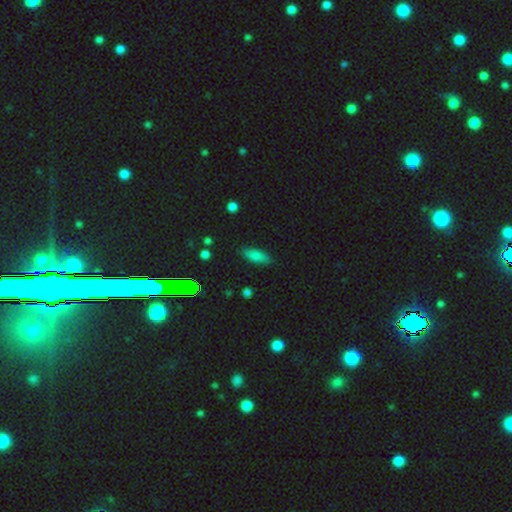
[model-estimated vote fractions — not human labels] Smooth or featured?
  - smooth: 79% *
  - star or artifact: 11%
  - featured or disk: 10%
How rounded?
  - in between: 71% *
  - cigar-shaped: 26%
  - round: 3%
Merging?
  - none: 84% *
  - minor disturbance: 12%
  - major disturbance: 3%
  - merger: 1%